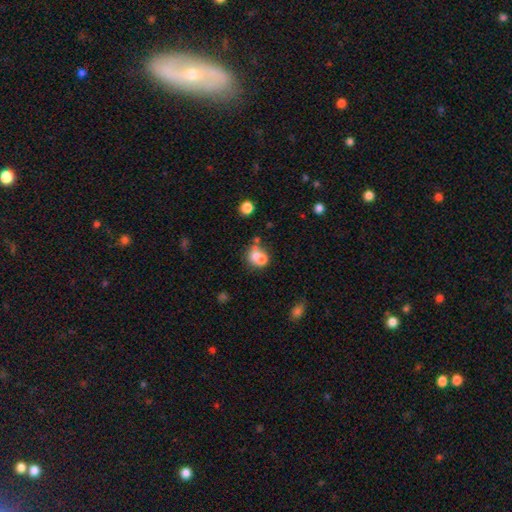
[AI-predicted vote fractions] This is likely a smooth galaxy (64%). How rounded: likely round (71%). Merging: possibly merger (57%).